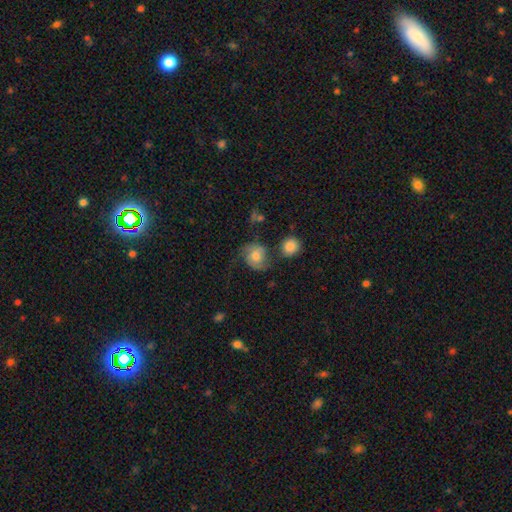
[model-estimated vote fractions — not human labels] featured or disk 47%, smooth 44%, star or artifact 9%. Down the decision tree: merging — none (48%).